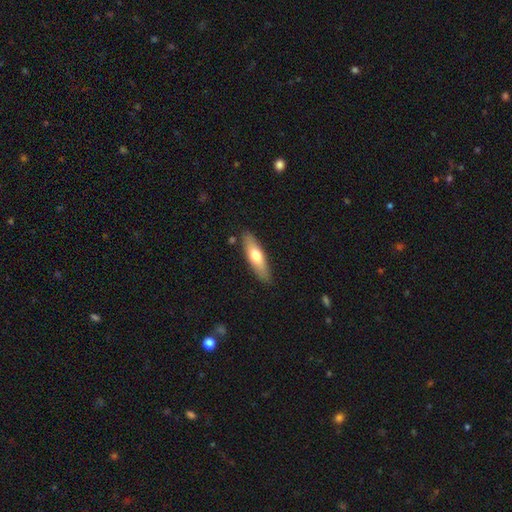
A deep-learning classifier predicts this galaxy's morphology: This appears to be a smooth galaxy with no disk features (60%) that is cigar-shaped (62%). Merging: none (86%).